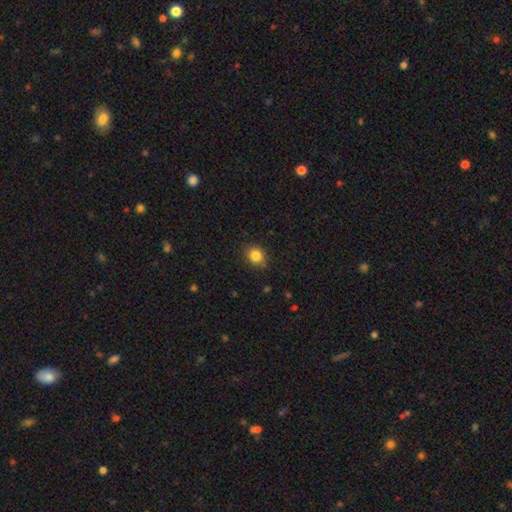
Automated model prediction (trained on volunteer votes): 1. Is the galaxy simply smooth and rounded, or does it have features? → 84% smooth, 10% star or artifact, 5% featured or disk.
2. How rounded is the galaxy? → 64% round, 35% in between, 1% cigar-shaped.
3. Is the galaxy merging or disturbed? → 83% none, 13% minor disturbance, 3% major disturbance, 1% merger.